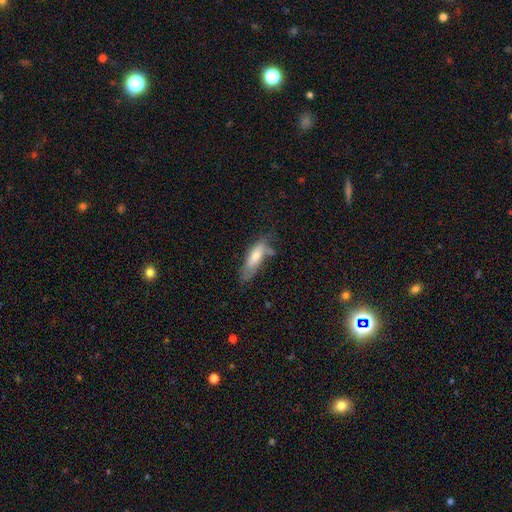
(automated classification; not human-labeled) smooth_or_featured: smooth (p=0.63) [alt: featured or disk p=0.30]
how_rounded: cigar-shaped (p=0.57) [alt: in between p=0.41]
merging: none (p=0.56) [alt: minor disturbance p=0.27]